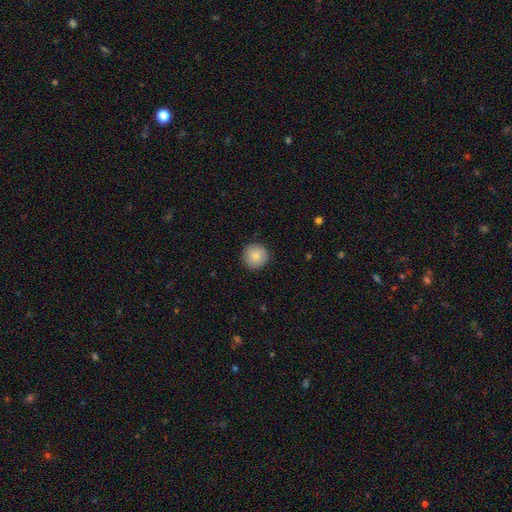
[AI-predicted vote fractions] Smooth or featured?
  - smooth: 85% *
  - star or artifact: 8%
  - featured or disk: 7%
How rounded?
  - round: 95% *
  - in between: 4%
  - cigar-shaped: 1%
Merging?
  - none: 90% *
  - minor disturbance: 7%
  - major disturbance: 2%
  - merger: 1%